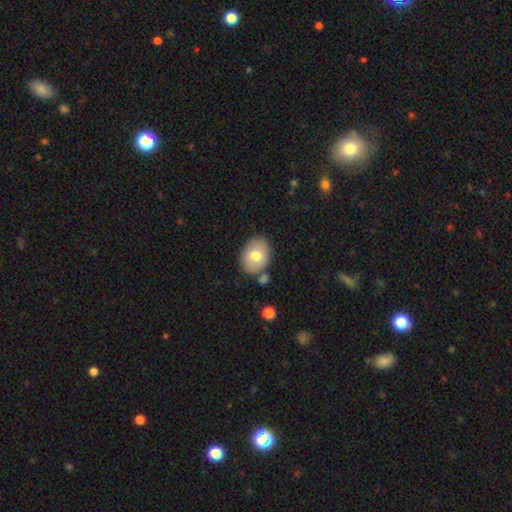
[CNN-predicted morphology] smooth_or_featured: smooth (p=0.73) [alt: featured or disk p=0.20]
how_rounded: in between (p=0.61) [alt: round p=0.38]
merging: none (p=0.76) [alt: minor disturbance p=0.13]